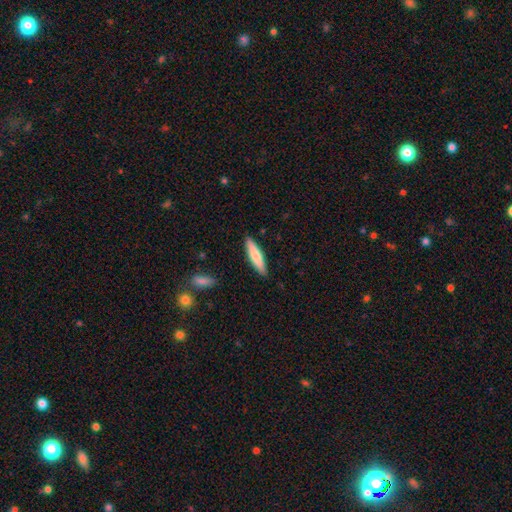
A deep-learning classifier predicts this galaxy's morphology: The model was most divided on "smooth or featured": smooth: 72%, featured or disk: 23%, star or artifact: 5%. More confident: merging — none (89%); how rounded — cigar-shaped (80%).